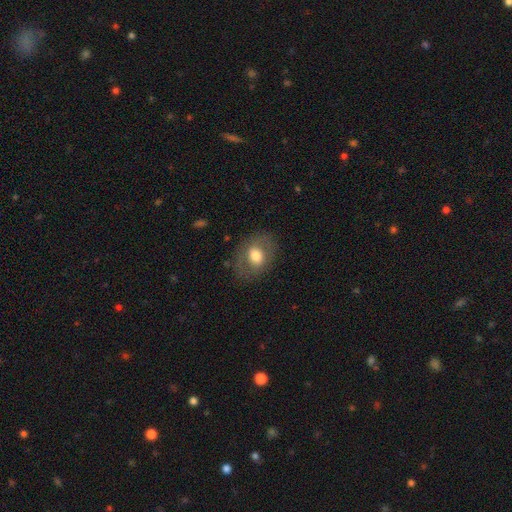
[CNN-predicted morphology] smooth-or-featured: smooth: 62% | featured or disk: 30% | star or artifact: 8%
  how-rounded: in between: 61% | round: 37% | cigar-shaped: 1%
  merging: none: 76% | minor disturbance: 15% | major disturbance: 8% | merger: 1%